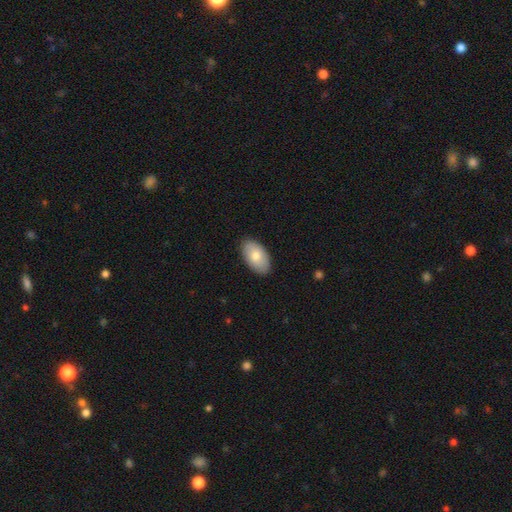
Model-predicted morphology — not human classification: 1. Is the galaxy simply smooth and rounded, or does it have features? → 75% smooth, 19% featured or disk, 6% star or artifact.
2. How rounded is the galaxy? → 95% in between, 4% round, 1% cigar-shaped.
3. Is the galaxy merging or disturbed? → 88% none, 9% minor disturbance, 2% major disturbance, 1% merger.